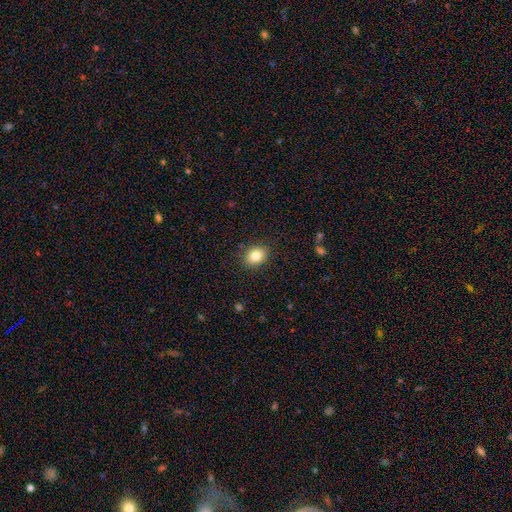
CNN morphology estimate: type=smooth (83%); roundness=in between (60%); merging=none (87%).